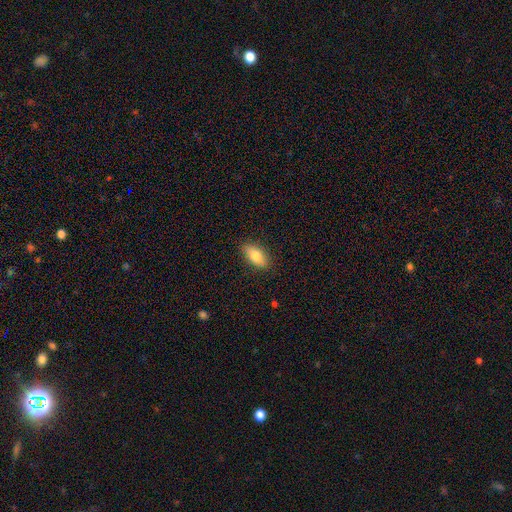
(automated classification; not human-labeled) This appears to be a smooth galaxy with no disk features (79%) that is in between round and cigar-shaped (89%). Merging: none (87%).